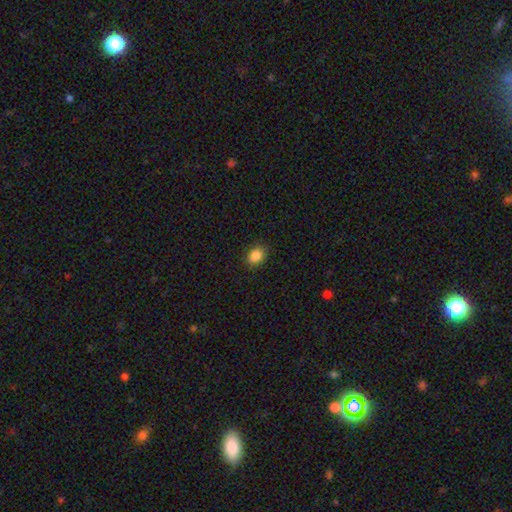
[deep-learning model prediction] smooth 86%, star or artifact 9%, featured or disk 4%. Down the decision tree: how rounded — in between (61%); merging — none (89%).